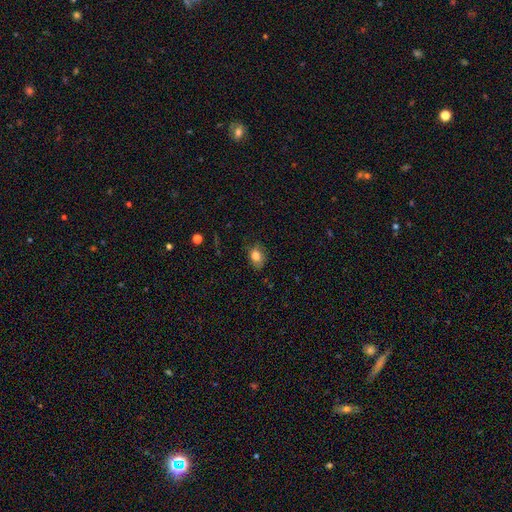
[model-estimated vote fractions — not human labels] Morphology: type=smooth (81%); roundness=in between (71%); merging=none (72%).